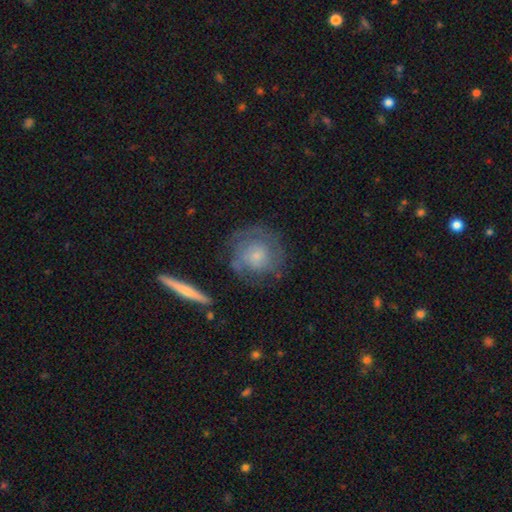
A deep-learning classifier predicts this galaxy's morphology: type=featured or disk (55%); edge-on=no (95%); bar=no (77%); spiral arms=yes (75%); bulge=small (63%); merging=none (65%).